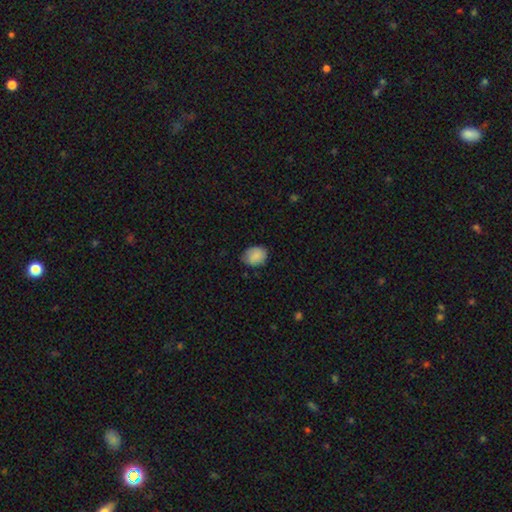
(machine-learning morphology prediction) A smooth galaxy with no disk features (86%) that is in between round and cigar-shaped (50%).

Vote fractions:
- Smooth or featured? smooth: 86% / featured or disk: 7% / star or artifact: 7%
- How rounded? in between: 50% / round: 49% / cigar-shaped: 1%
- Merging? none: 77% / minor disturbance: 19% / major disturbance: 3% / merger: 1%